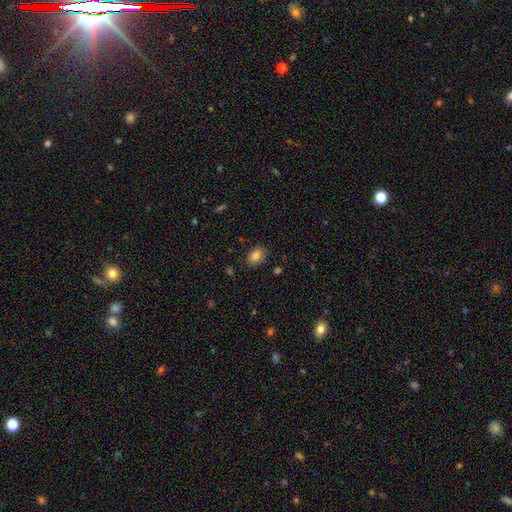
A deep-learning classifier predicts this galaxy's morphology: The model was most divided on "merging": none: 82%, minor disturbance: 13%, major disturbance: 3%, merger: 2%. More confident: how rounded — in between (86%); smooth or featured — smooth (83%).